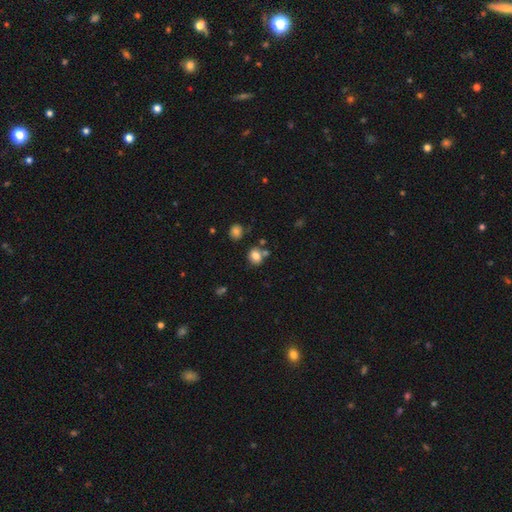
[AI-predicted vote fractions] Smooth or featured? Predicted: smooth (p=0.80). How rounded? Predicted: round (p=0.58). Merging? Predicted: none (p=0.67).